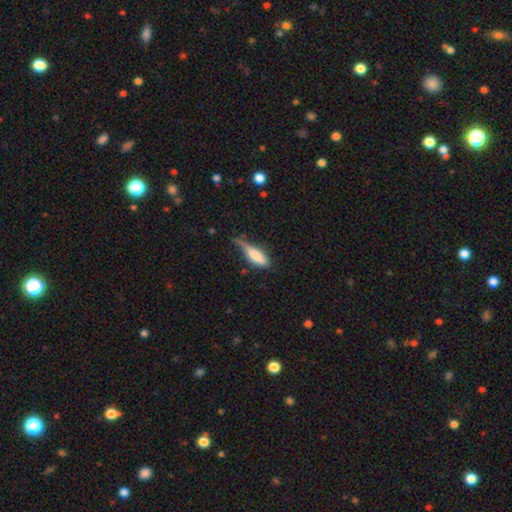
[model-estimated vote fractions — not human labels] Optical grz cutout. It shows a smooth galaxy with no disk features (72%) that is cigar-shaped (50%). Merging: minor disturbance (39%).